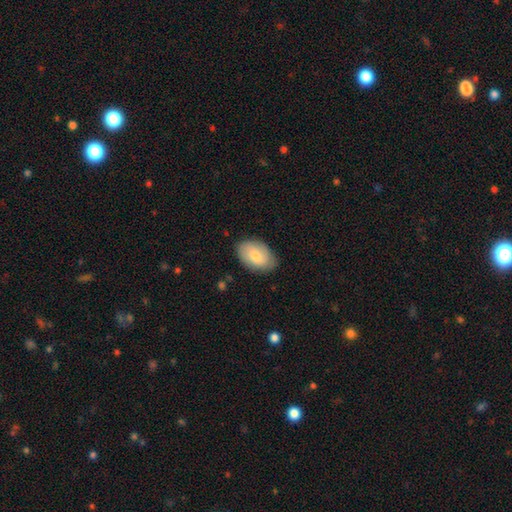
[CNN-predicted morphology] This is likely a smooth galaxy (79%). How rounded: clearly in between (91%). Merging: clearly none (82%).